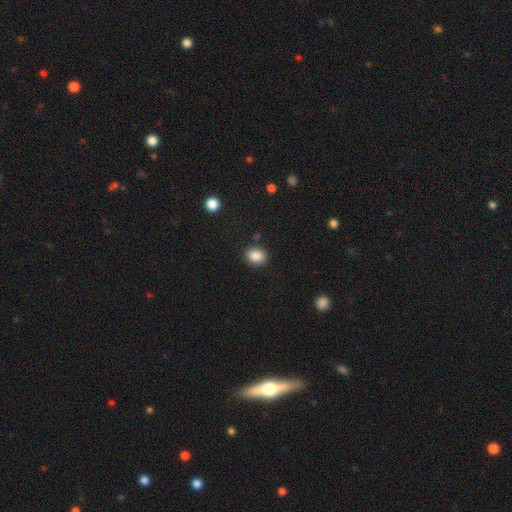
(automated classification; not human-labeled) smooth_or_featured: smooth (p=0.87) [alt: star or artifact p=0.09]
how_rounded: round (p=0.50) [alt: in between p=0.49]
merging: none (p=0.86) [alt: minor disturbance p=0.09]